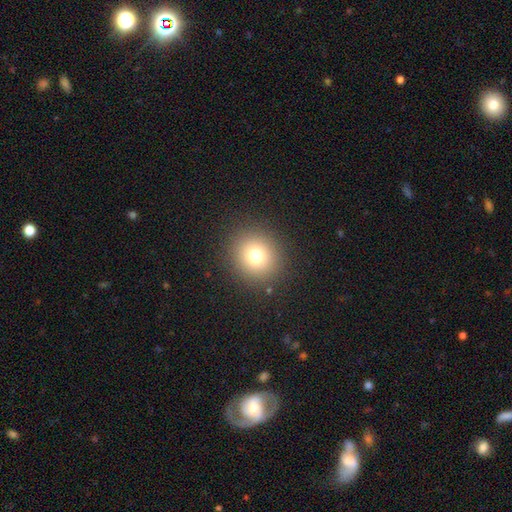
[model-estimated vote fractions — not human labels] This appears to be a smooth galaxy with no disk features (75%) that is round (89%). Merging: none (90%).